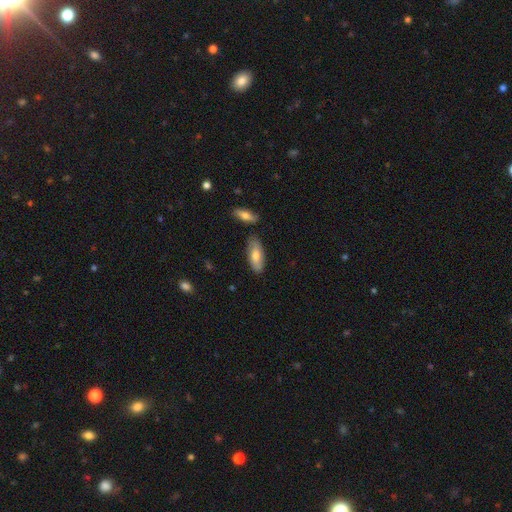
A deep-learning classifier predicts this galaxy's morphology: Overall: smooth (72%). How rounded: in between (80%). Merging: none (79%).